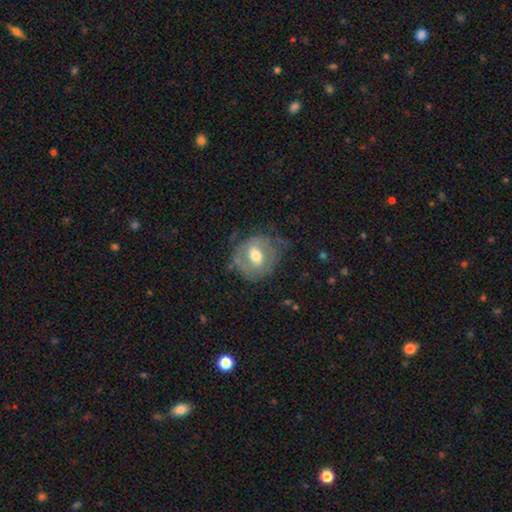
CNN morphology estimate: A featured or disk galaxy (55%) with a weak bar (43%), no spiral arms (60%) and a moderate central bulge (72%). Merging: none (58%).